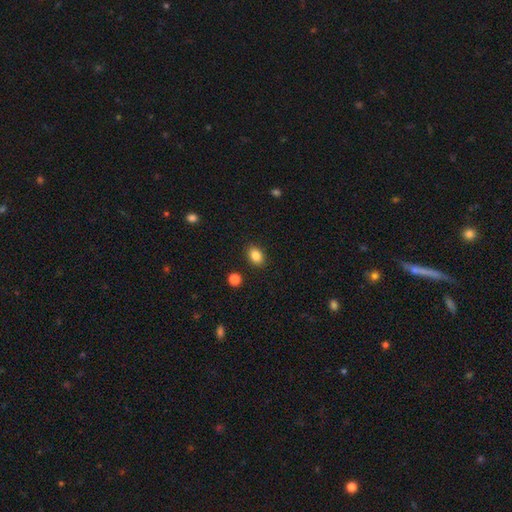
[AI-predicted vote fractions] A smooth galaxy with no disk features (85%) that is in between round and cigar-shaped (76%).

Vote fractions:
- Smooth or featured? smooth: 85% / star or artifact: 9% / featured or disk: 6%
- How rounded? in between: 76% / round: 22% / cigar-shaped: 1%
- Merging? none: 88% / minor disturbance: 8% / major disturbance: 2% / merger: 2%